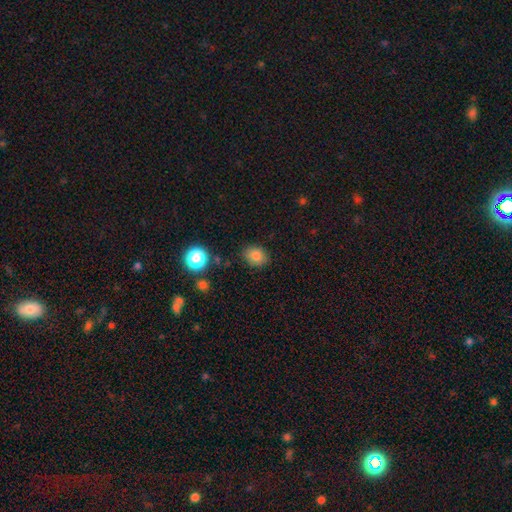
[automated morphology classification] Overall: smooth (82%). How rounded: round (53%; in between 46%). Merging: none (84%).